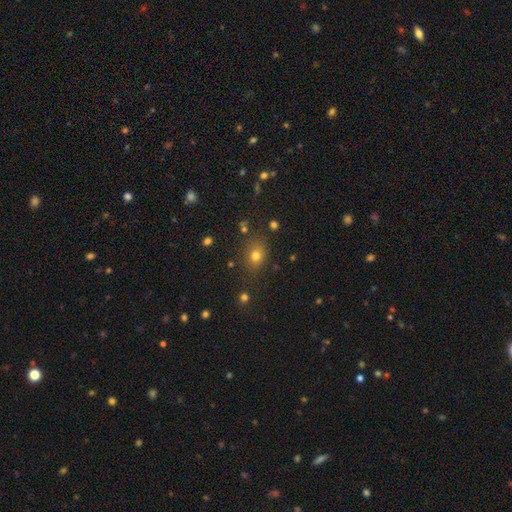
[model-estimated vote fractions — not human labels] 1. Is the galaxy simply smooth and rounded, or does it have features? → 73% smooth, 18% star or artifact, 9% featured or disk.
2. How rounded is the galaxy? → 58% round, 41% in between, 1% cigar-shaped.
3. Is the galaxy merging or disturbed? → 78% none, 14% minor disturbance, 5% major disturbance, 4% merger.